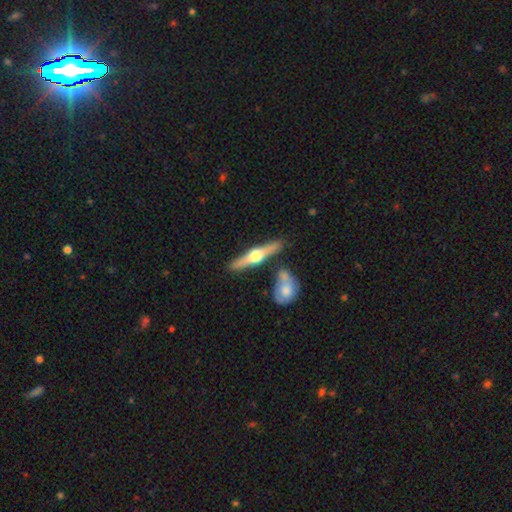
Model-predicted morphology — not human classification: type=featured or disk (74%); edge-on=yes (97%); edge-on bulge=rounded (95%); merging=none (83%).